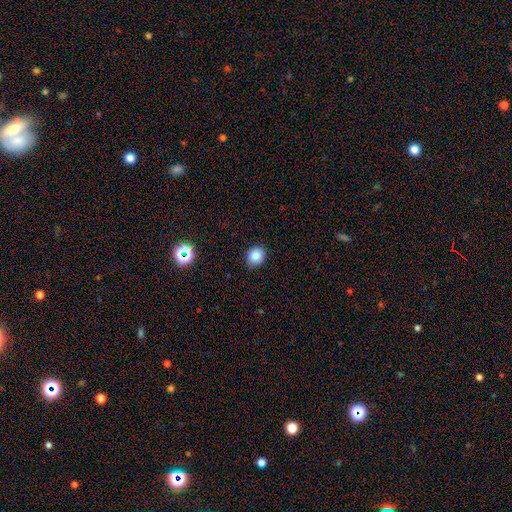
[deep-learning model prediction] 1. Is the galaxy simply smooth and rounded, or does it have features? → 84% smooth, 12% star or artifact, 4% featured or disk.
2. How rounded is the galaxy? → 81% round, 18% in between, 1% cigar-shaped.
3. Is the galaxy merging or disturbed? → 85% none, 11% minor disturbance, 2% major disturbance, 1% merger.